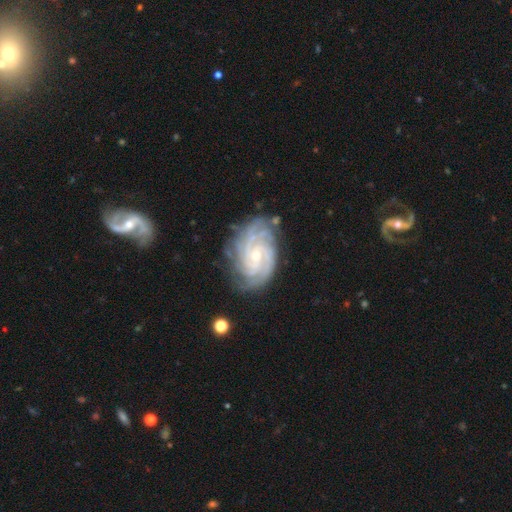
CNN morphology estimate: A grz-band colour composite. It shows a featured or disk galaxy (90%) with no bar (58%), 4 (31%) tight (76%) spiral arms (98%) and a small central bulge (73%). Merging: none (77%).